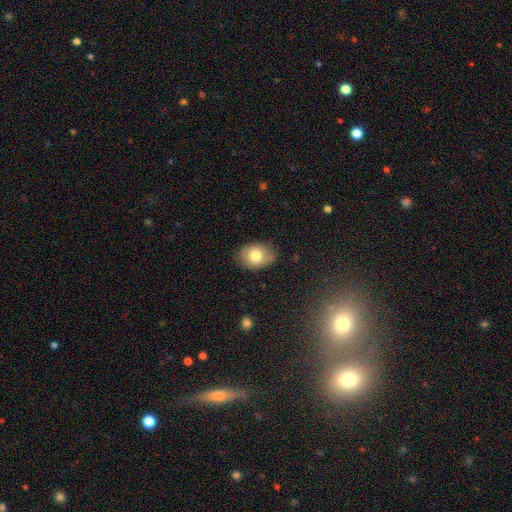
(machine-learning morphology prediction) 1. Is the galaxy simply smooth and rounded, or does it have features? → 77% smooth, 15% featured or disk, 8% star or artifact.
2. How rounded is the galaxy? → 76% in between, 23% round, 1% cigar-shaped.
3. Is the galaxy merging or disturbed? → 82% none, 14% minor disturbance, 3% major disturbance, 1% merger.